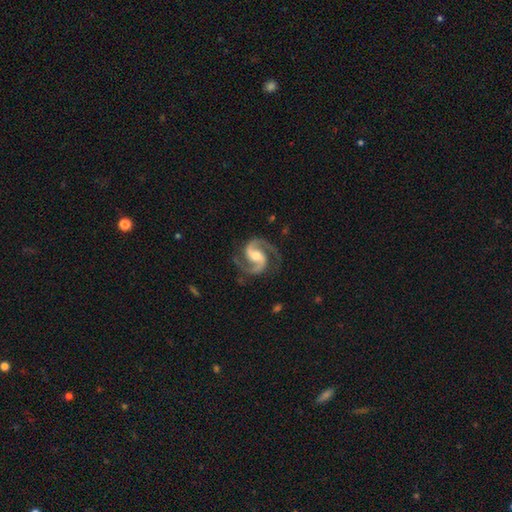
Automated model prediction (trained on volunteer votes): A featured or disk galaxy (94%) with a weak bar (44%), 2 (94%) medium (67%) spiral arms (99%) and a moderate central bulge (62%). Merging: none (80%).